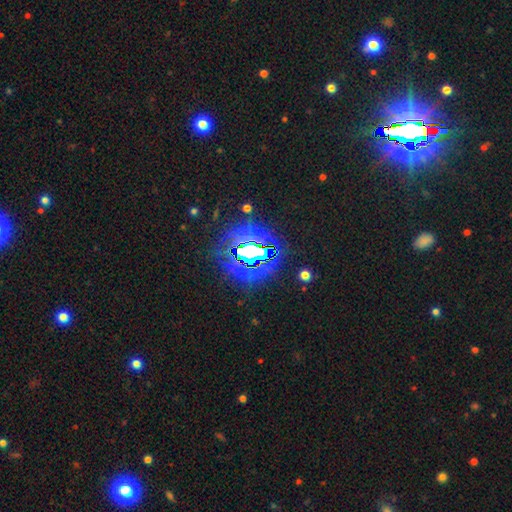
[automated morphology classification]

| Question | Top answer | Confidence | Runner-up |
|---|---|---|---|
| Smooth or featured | star or artifact | 77% | smooth (13%) |